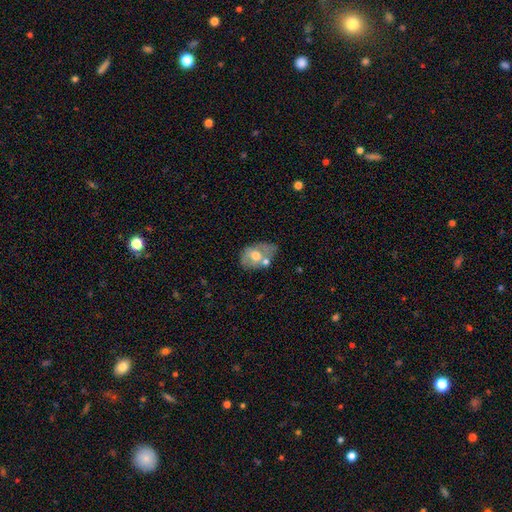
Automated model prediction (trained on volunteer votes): This appears to be a smooth galaxy with no disk features (53%) that is in between round and cigar-shaped (79%). Merging: none (43%).